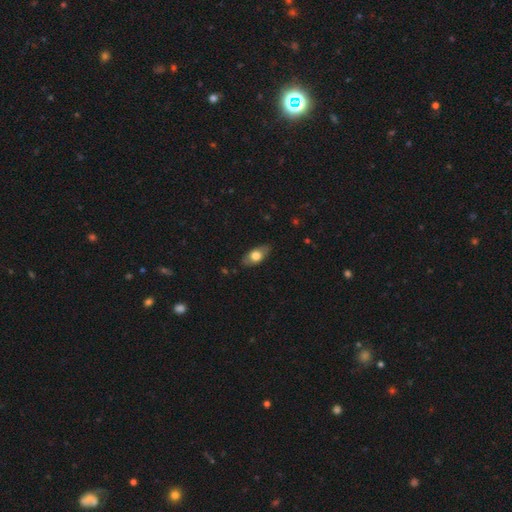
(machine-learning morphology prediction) The model was most divided on "smooth or featured": smooth: 66%, featured or disk: 27%, star or artifact: 7%. More confident: how rounded — in between (87%); merging — none (81%).